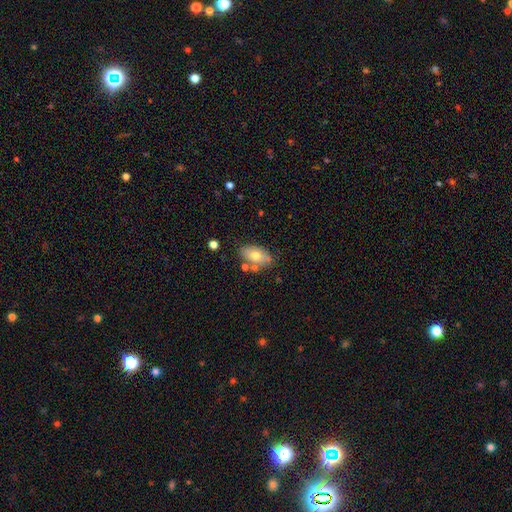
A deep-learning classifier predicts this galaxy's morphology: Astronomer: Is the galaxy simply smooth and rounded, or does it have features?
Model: smooth — 69%.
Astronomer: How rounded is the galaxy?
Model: in between — 90%.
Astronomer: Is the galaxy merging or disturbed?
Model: none — 70%.